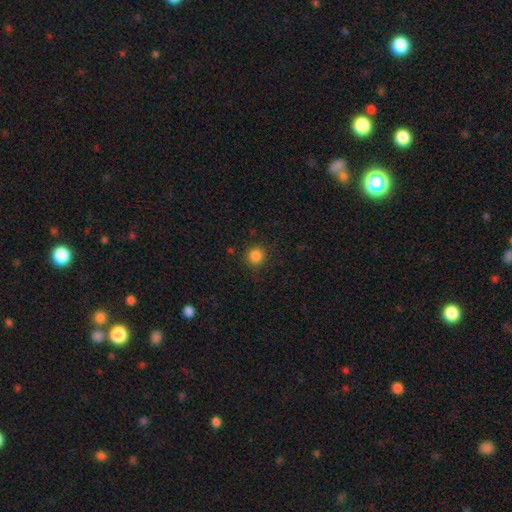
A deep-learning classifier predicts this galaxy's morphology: Overall: smooth (85%). How rounded: round (92%). Merging: none (89%).